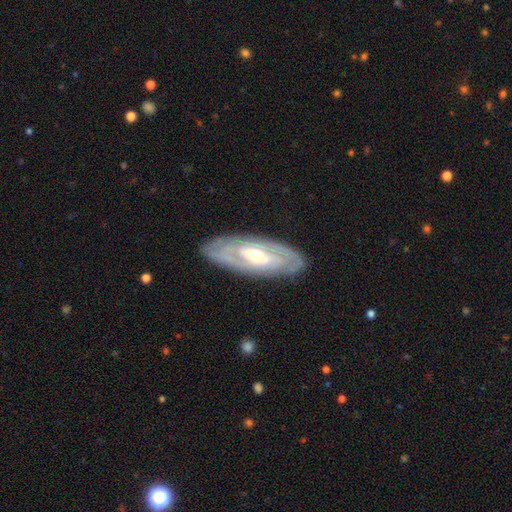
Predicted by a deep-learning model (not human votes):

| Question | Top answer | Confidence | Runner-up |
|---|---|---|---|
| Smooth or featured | featured or disk | 79% | smooth (16%) |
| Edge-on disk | no | 85% | yes (15%) |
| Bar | no | 39% | weak (37%) |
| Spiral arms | yes | 74% | no (26%) |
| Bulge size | moderate | 64% | small (29%) |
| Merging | none | 85% | minor disturbance (11%) |